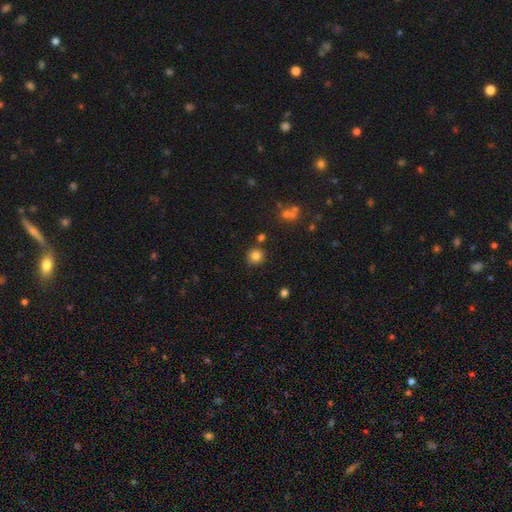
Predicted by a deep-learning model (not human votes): A smooth galaxy with no disk features (82%) that is round (92%). Merging: none (83%).